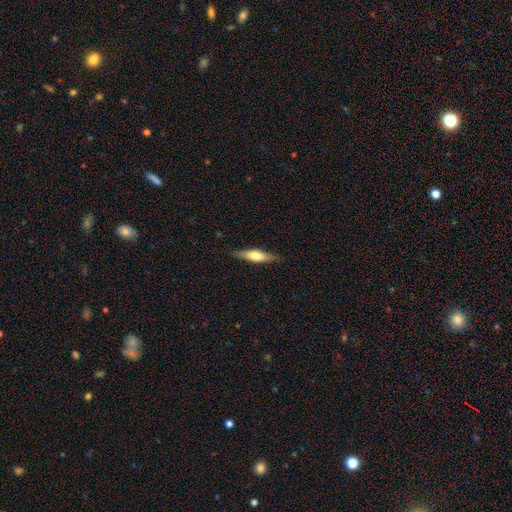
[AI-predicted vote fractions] A smooth galaxy with no disk features (49%).

Vote fractions:
- Smooth or featured? smooth: 49% / featured or disk: 45% / star or artifact: 6%
- Merging? none: 86% / minor disturbance: 11% / major disturbance: 2% / merger: 1%